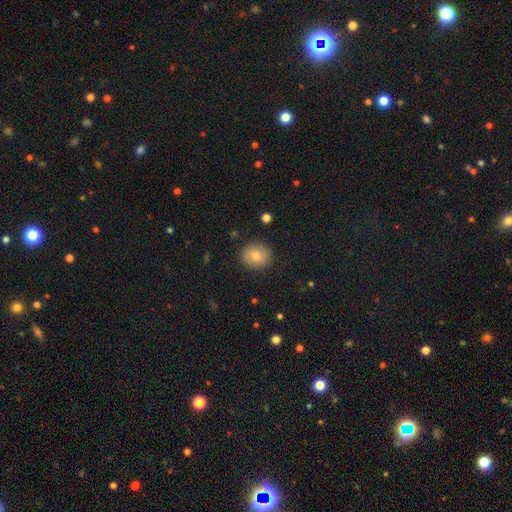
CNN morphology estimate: Q: Smooth or featured?
A: smooth (76%); runner-up: featured or disk (15%)
Q: How rounded?
A: round (78%); runner-up: in between (21%)
Q: Merging?
A: none (88%); runner-up: minor disturbance (8%)